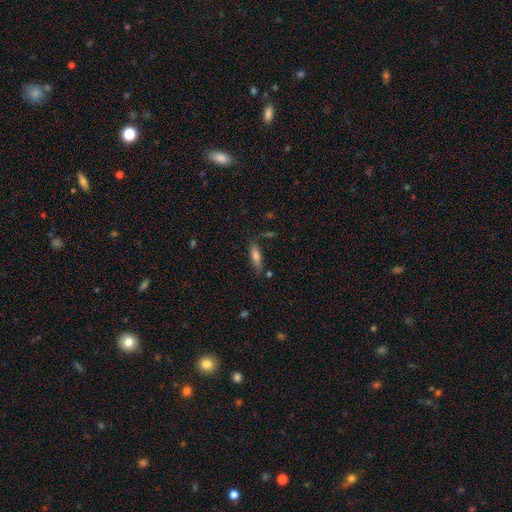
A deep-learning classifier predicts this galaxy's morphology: Smooth or featured: smooth — 71% (featured or disk — 21%)
How rounded: in between — 50% (cigar-shaped — 48%)
Merging: none — 67% (minor disturbance — 20%)